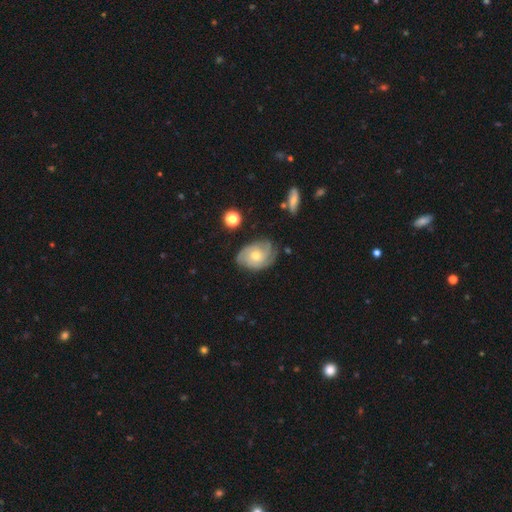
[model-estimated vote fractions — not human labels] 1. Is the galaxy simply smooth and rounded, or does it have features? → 75% featured or disk, 18% smooth, 7% star or artifact.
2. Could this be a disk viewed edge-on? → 96% no, 4% yes.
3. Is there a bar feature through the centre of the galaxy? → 76% no, 21% weak, 3% strong.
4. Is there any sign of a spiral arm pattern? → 93% yes, 7% no.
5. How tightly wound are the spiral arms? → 61% tight, 31% medium, 8% loose.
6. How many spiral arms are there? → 29% 3 (tied), 29% can't tell (tied), 22% 2, 10% 4, 5% 1, 4% more than 4.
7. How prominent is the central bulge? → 60% moderate, 35% small, 3% large, 1% none, 1% dominant.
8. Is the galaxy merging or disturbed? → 72% none, 21% minor disturbance, 5% major disturbance, 2% merger.